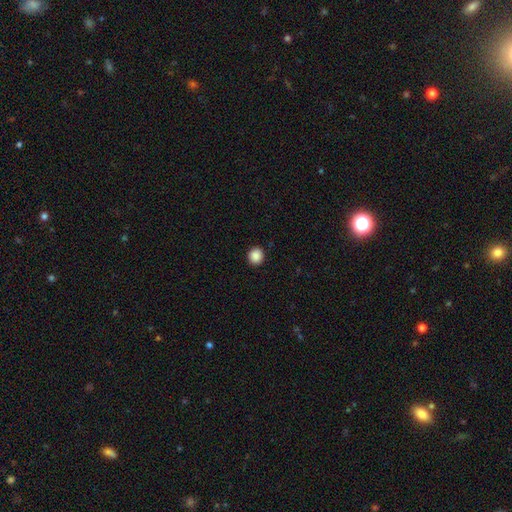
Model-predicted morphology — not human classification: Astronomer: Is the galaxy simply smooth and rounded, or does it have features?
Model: smooth — 88%.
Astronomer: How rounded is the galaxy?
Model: round — 90%.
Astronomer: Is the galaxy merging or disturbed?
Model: none — 93%.